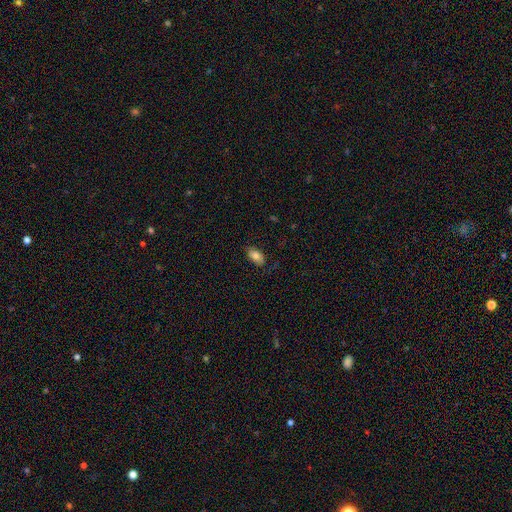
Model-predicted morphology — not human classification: Smooth or featured? Predicted: smooth (p=0.79). How rounded? Predicted: in between (p=0.92). Merging? Predicted: none (p=0.79).